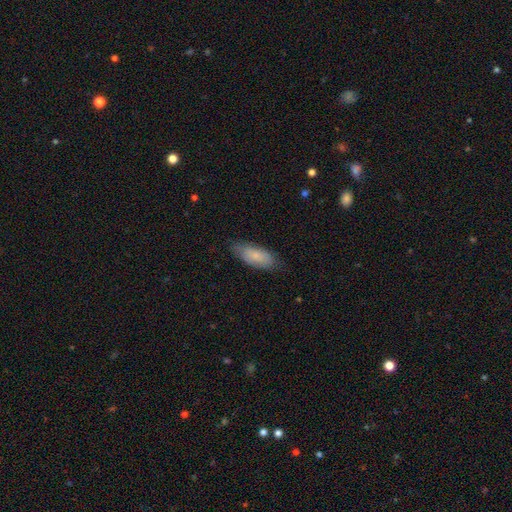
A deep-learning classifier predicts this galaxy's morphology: Smooth or featured: smooth — 79% (featured or disk — 15%)
How rounded: in between — 81% (cigar-shaped — 17%)
Merging: none — 75% (minor disturbance — 20%)